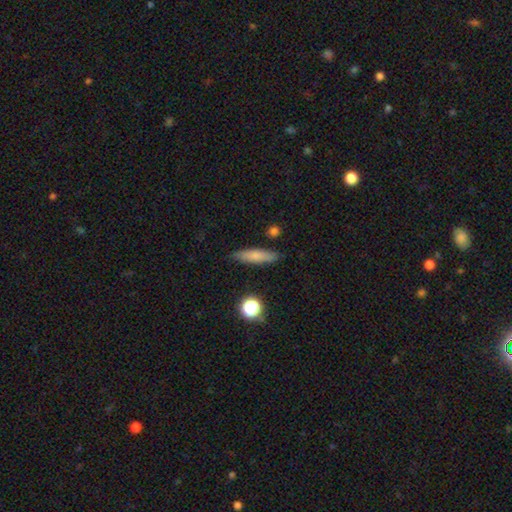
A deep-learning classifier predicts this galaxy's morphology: A smooth galaxy with no disk features (74%) that is cigar-shaped (74%). Merging: none (86%).